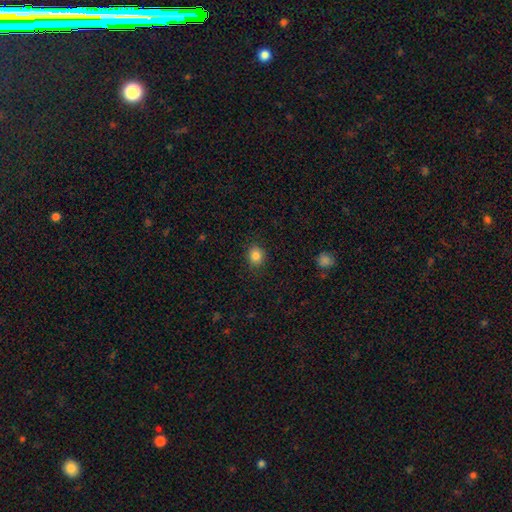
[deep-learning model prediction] smooth 85%, star or artifact 10%, featured or disk 4%. Down the decision tree: how rounded — round (65%); merging — none (88%).